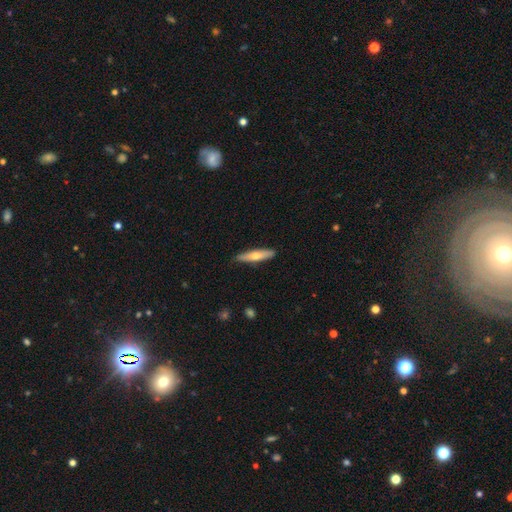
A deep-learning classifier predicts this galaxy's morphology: Q: Smooth or featured?
A: smooth (58%); runner-up: featured or disk (37%)
Q: How rounded?
A: cigar-shaped (82%); runner-up: in between (17%)
Q: Merging?
A: none (87%); runner-up: minor disturbance (10%)